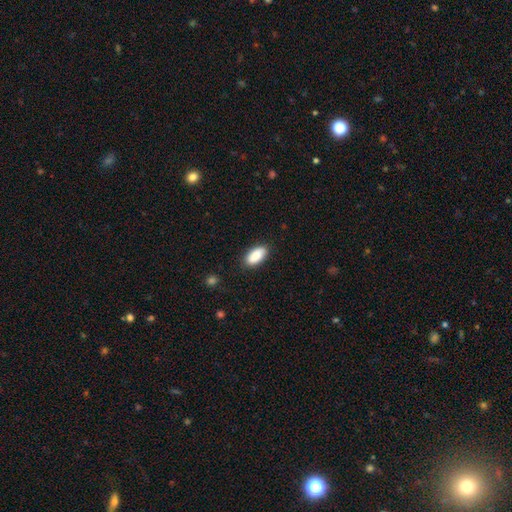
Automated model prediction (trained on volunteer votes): This is clearly a smooth galaxy (90%). How rounded: clearly in between (92%). Merging: clearly none (86%).